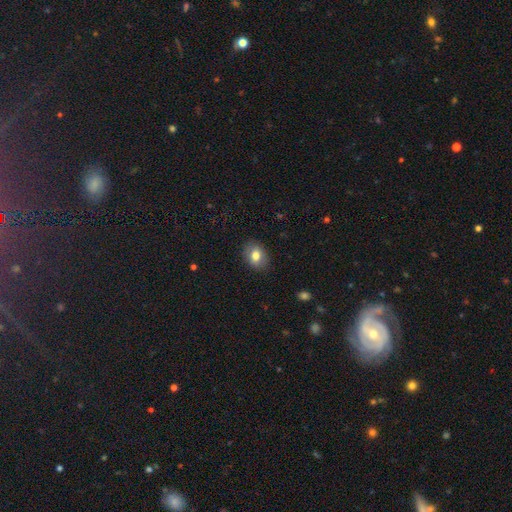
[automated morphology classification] A smooth galaxy with no disk features (78%) that is in between round and cigar-shaped (66%).

Vote fractions:
- Smooth or featured? smooth: 78% / featured or disk: 13% / star or artifact: 9%
- How rounded? in between: 66% / round: 33% / cigar-shaped: 1%
- Merging? none: 87% / minor disturbance: 10% / major disturbance: 2% / merger: 1%